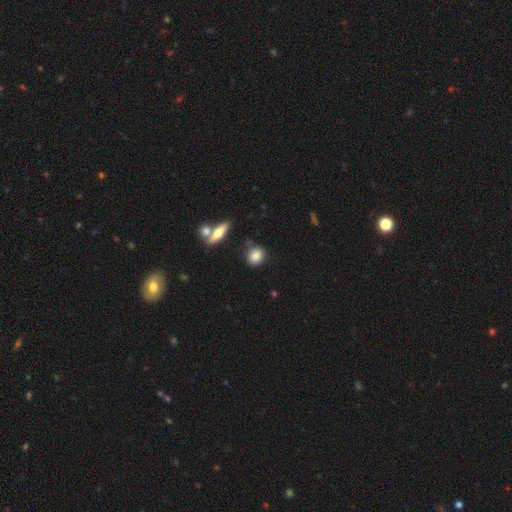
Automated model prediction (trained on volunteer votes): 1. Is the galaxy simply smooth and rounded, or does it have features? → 83% smooth, 9% featured or disk, 9% star or artifact.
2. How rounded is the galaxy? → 61% round, 35% in between, 4% cigar-shaped.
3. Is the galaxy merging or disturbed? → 73% none, 15% minor disturbance, 8% merger, 4% major disturbance.